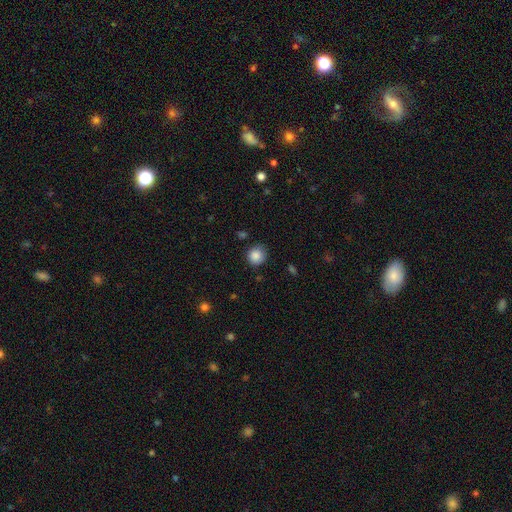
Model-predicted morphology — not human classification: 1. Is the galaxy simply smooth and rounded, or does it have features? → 86% smooth, 9% star or artifact, 4% featured or disk.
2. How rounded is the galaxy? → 89% round, 10% in between, 1% cigar-shaped.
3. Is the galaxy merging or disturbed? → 81% none, 14% minor disturbance, 3% major disturbance, 2% merger.